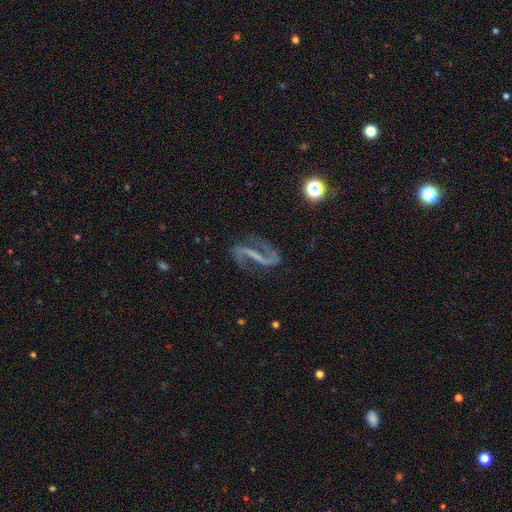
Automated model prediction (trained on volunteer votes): A featured or disk galaxy (87%) with a strong bar (60%), 2 (92%) loose (64%) spiral arms (94%) and no central bulge (63%).

Vote fractions:
- Smooth or featured? featured or disk: 87% / star or artifact: 8% / smooth: 5%
- Edge-on disk? no: 96% / yes: 4%
- Bar? strong: 60% / weak: 26% / no: 14%
- Spiral arms? yes: 94% / no: 6%
- Spiral winding? loose: 64% / medium: 28% / tight: 8%
- Spiral arm count? 2: 92% / 1: 3% / can't tell: 2% / 3: 1% / 4: 1% / more than 4: 1%
- Bulge size? none: 63% / small: 28% / moderate: 7% / large: 1% / dominant: 1%
- Merging? none: 73% / minor disturbance: 14% / major disturbance: 10% / merger: 3%